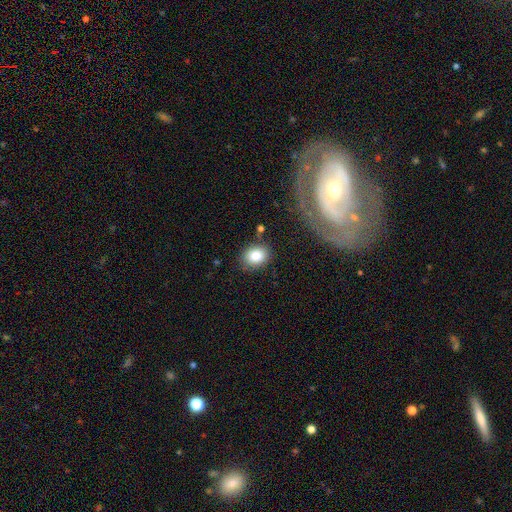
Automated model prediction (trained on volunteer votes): Morphology: type=smooth (84%); roundness=in between (50%); merging=none (82%).